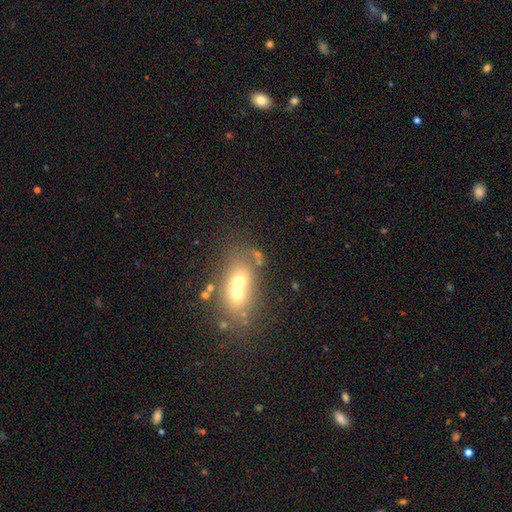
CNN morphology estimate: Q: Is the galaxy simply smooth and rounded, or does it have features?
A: smooth — 50%.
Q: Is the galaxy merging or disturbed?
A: merger — 59%.